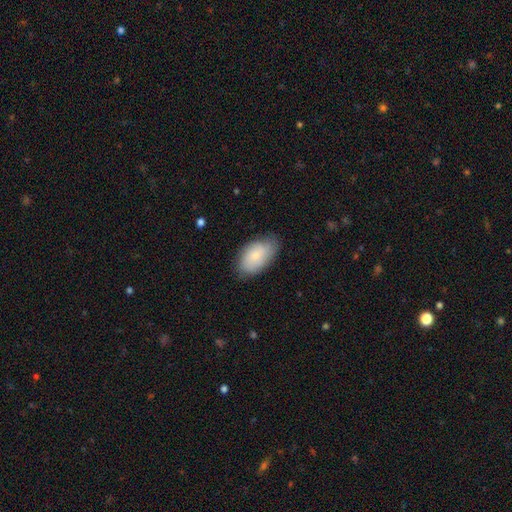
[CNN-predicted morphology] Smooth or featured: smooth — 73% (featured or disk — 20%)
How rounded: in between — 93% (round — 5%)
Merging: none — 75% (minor disturbance — 20%)